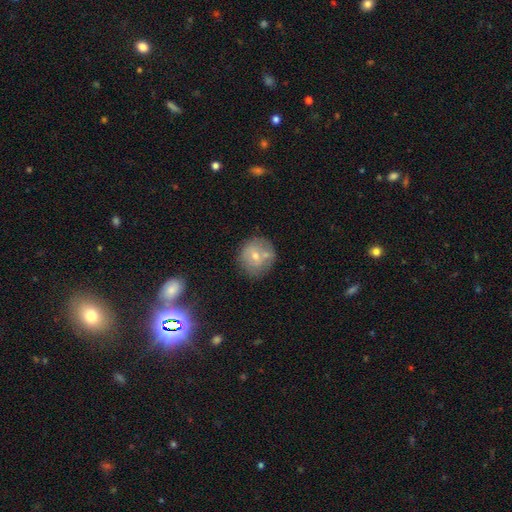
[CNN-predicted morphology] type=smooth (57%); roundness=round (83%); merging=none (54%).